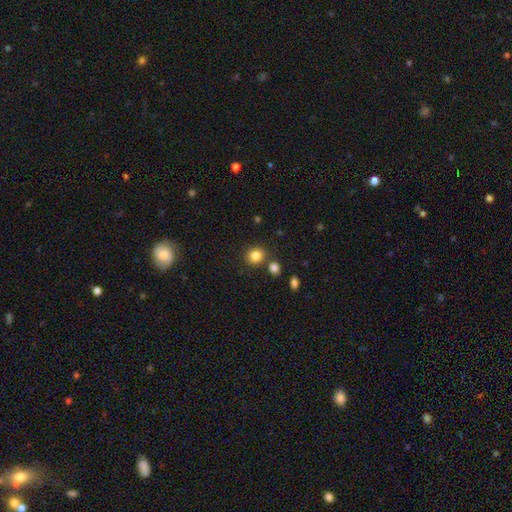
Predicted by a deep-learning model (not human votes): A smooth galaxy with no disk features (84%) that is round (81%). Merging: none (79%).